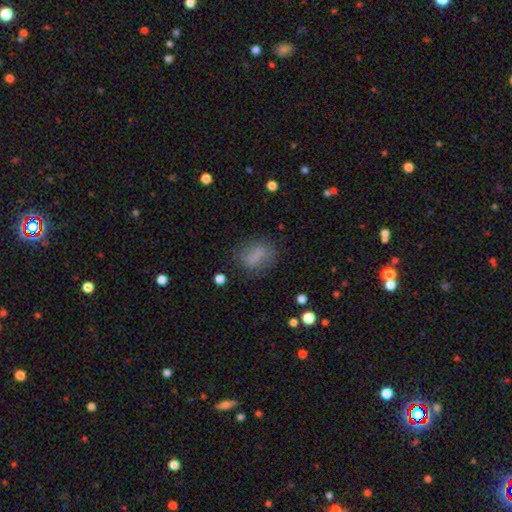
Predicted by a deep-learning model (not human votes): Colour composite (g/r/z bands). It shows a smooth galaxy with no disk features (74%) that is in between round and cigar-shaped (66%). Merging: none (74%).